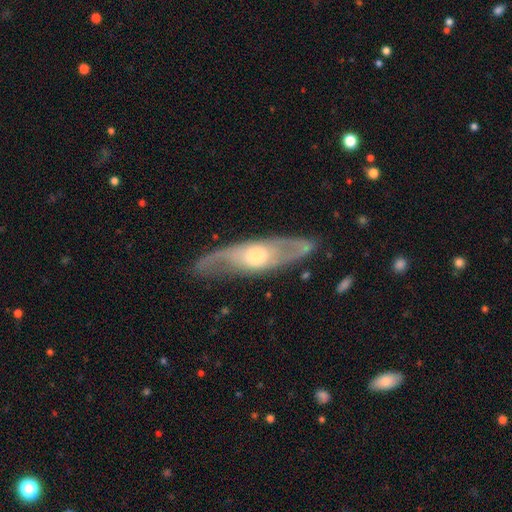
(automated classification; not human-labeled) The model was most divided on "edge-on disk": no: 66%, yes: 34%. More confident: merging — none (78%); smooth or featured — featured or disk (73%).